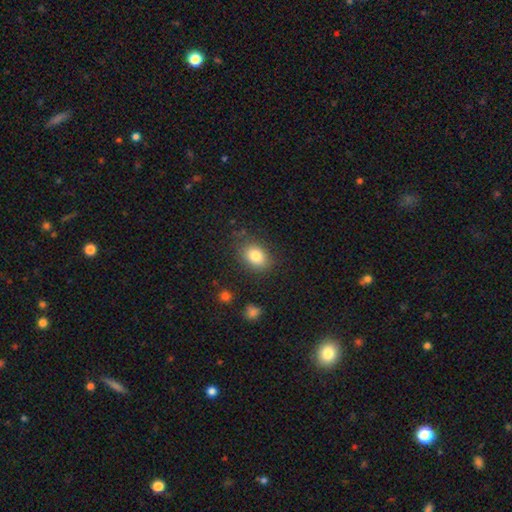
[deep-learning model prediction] smooth-or-featured: smooth: 82% | star or artifact: 9% | featured or disk: 9%
  how-rounded: in between: 71% | round: 28% | cigar-shaped: 1%
  merging: none: 81% | minor disturbance: 13% | major disturbance: 4% | merger: 2%